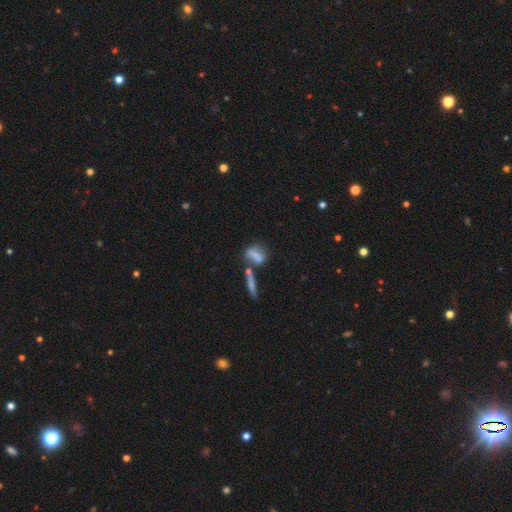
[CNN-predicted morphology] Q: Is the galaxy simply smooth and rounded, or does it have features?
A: smooth — 67%.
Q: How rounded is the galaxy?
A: in between — 56%.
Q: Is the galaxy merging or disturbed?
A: none — 42%.